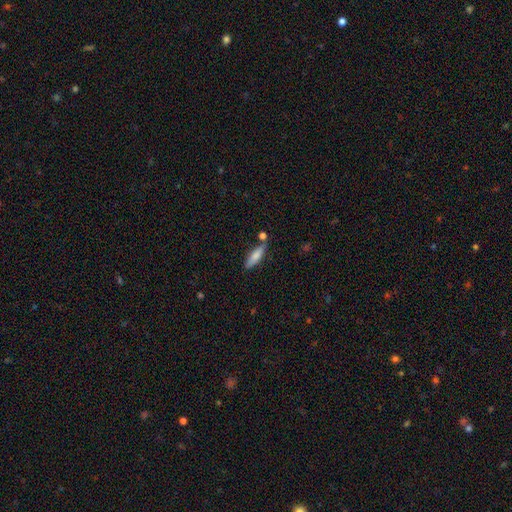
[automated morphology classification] smooth 74%, featured or disk 20%, star or artifact 6%. Down the decision tree: how rounded — cigar-shaped (67%); merging — none (72%).